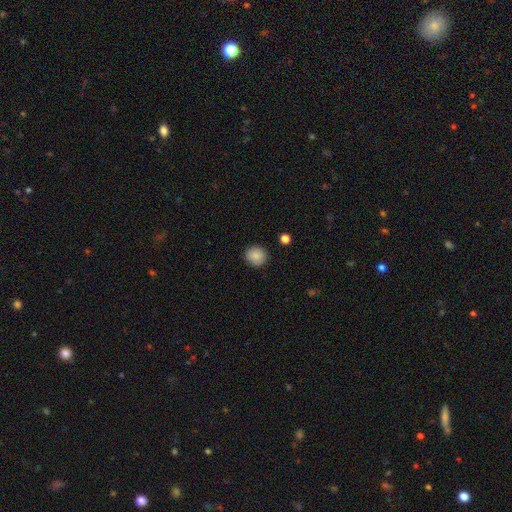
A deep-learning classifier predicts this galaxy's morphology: This is clearly a smooth galaxy (87%). How rounded: clearly round (87%). Merging: clearly none (89%).